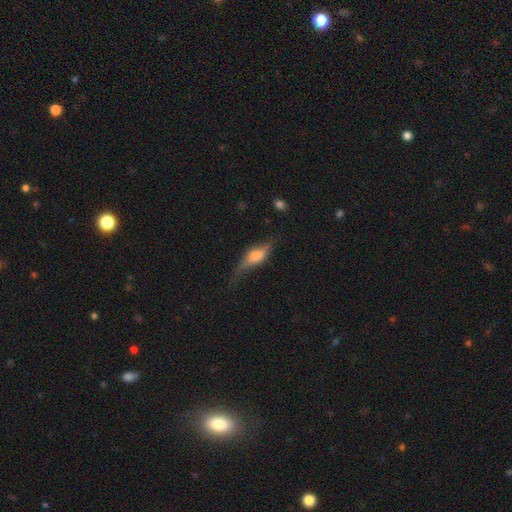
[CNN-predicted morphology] type=smooth (47%); merging=none (45%).